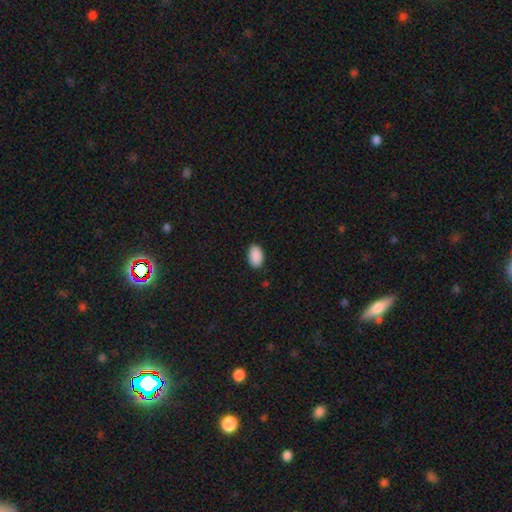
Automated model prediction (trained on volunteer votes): This is clearly a smooth galaxy (91%). How rounded: clearly in between (93%). Merging: clearly none (88%).